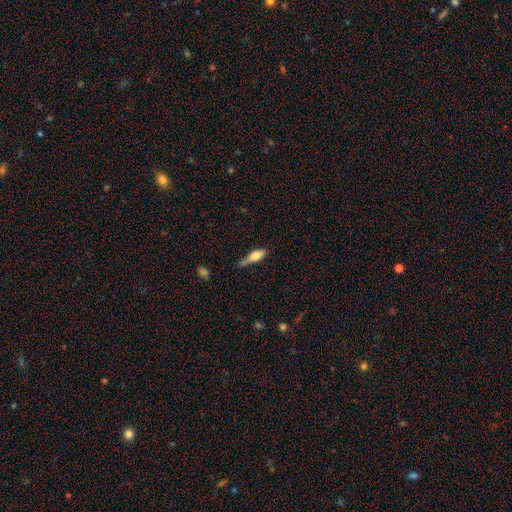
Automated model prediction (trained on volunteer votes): Morphology: type=smooth (72%); roundness=in between (57%); merging=minor disturbance (37%, tied with none).